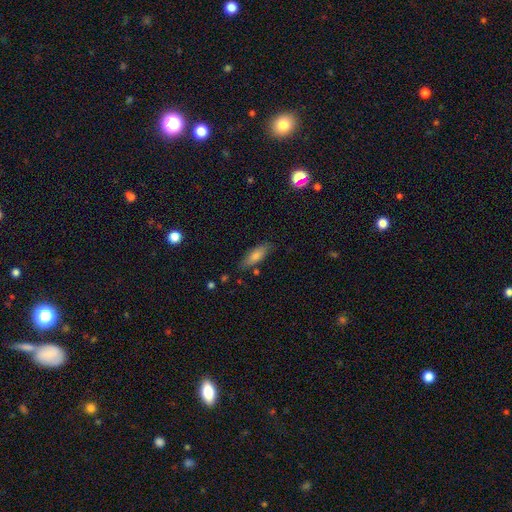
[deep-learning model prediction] This is likely a smooth galaxy (71%). How rounded: possibly in between (51%). Merging: clearly none (81%).